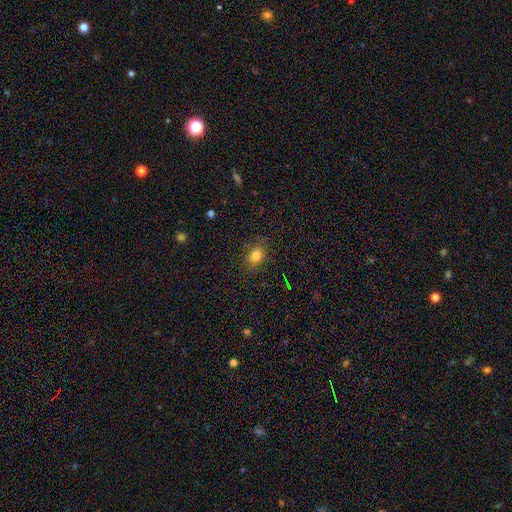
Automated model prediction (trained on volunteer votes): Smooth or featured?
  - smooth: 78% *
  - star or artifact: 13%
  - featured or disk: 8%
How rounded?
  - in between: 61% *
  - round: 38%
  - cigar-shaped: 2%
Merging?
  - none: 81% *
  - minor disturbance: 14%
  - major disturbance: 4%
  - merger: 1%